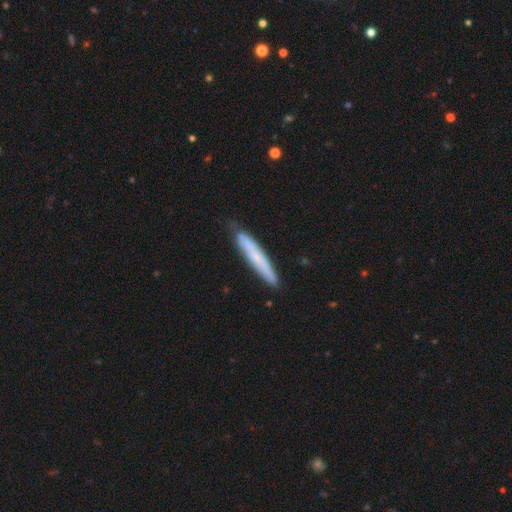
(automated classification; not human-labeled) A smooth galaxy with no disk features (56%) that is cigar-shaped (93%). Merging: none (77%).